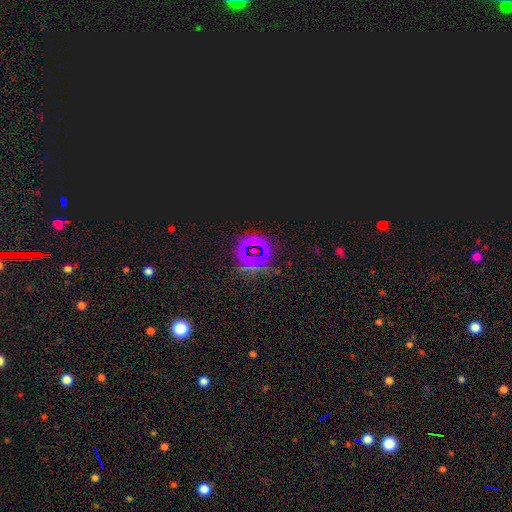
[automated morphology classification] Overall: star or artifact (75%).